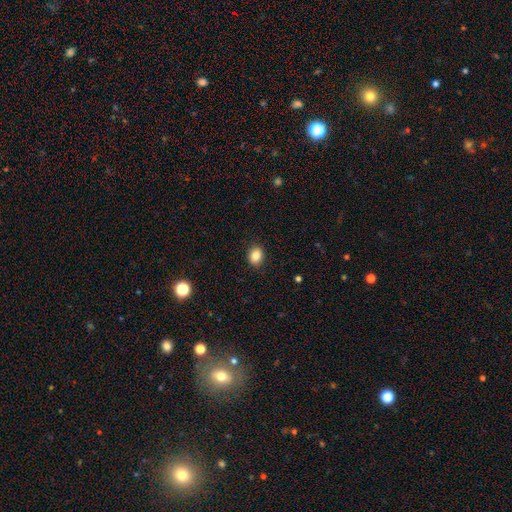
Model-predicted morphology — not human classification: This is clearly a smooth galaxy (85%). How rounded: possibly in between (57%). Merging: clearly none (89%).